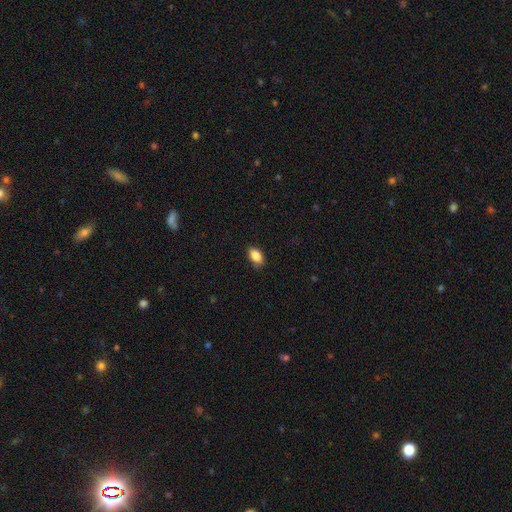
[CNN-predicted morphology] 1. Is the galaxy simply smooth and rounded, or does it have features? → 86% smooth, 8% star or artifact, 6% featured or disk.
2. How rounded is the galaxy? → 90% in between, 7% round, 3% cigar-shaped.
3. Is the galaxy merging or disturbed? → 83% none, 14% minor disturbance, 2% major disturbance, 1% merger.